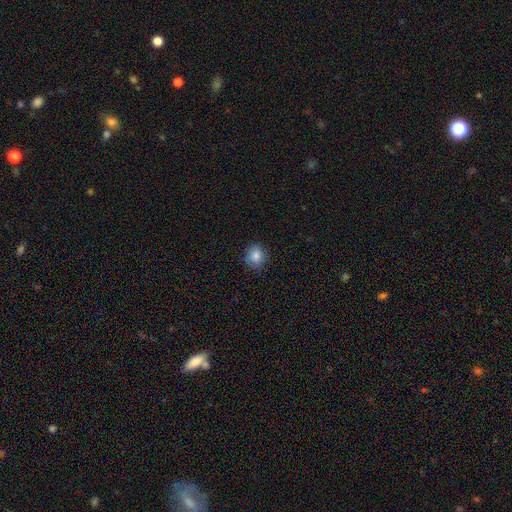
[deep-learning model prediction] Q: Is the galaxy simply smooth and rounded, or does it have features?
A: smooth — 84%.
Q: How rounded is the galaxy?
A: round — 73%.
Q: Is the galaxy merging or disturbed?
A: none — 81%.